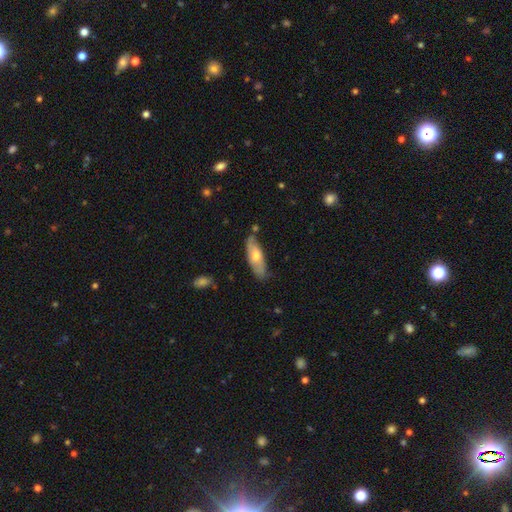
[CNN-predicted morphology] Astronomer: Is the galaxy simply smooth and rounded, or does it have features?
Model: smooth — 59% (runner-up: featured or disk, 35%).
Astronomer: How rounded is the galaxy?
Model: in between — 60% (runner-up: cigar-shaped, 38%).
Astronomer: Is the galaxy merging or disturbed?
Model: none — 70%.